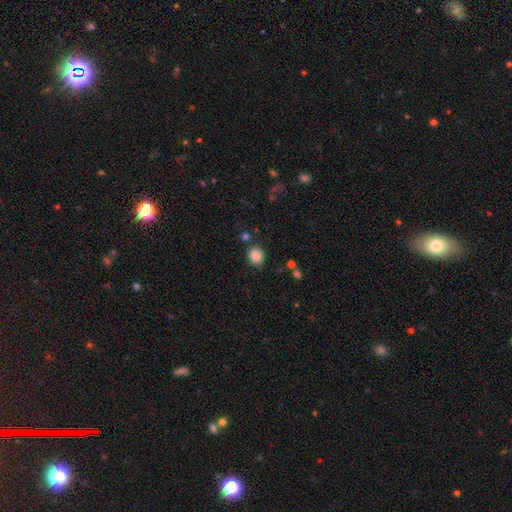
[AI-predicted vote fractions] Q: Smooth or featured?
A: smooth (86%); runner-up: star or artifact (10%)
Q: How rounded?
A: round (79%); runner-up: in between (20%)
Q: Merging?
A: none (84%); runner-up: minor disturbance (9%)